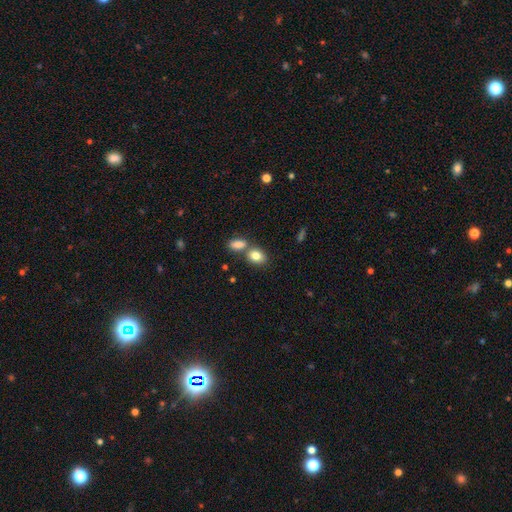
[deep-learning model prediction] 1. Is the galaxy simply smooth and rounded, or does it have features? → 83% smooth, 8% star or artifact, 8% featured or disk.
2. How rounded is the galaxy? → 72% in between, 26% round, 2% cigar-shaped.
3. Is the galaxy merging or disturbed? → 50% none, 37% merger, 10% minor disturbance, 3% major disturbance.